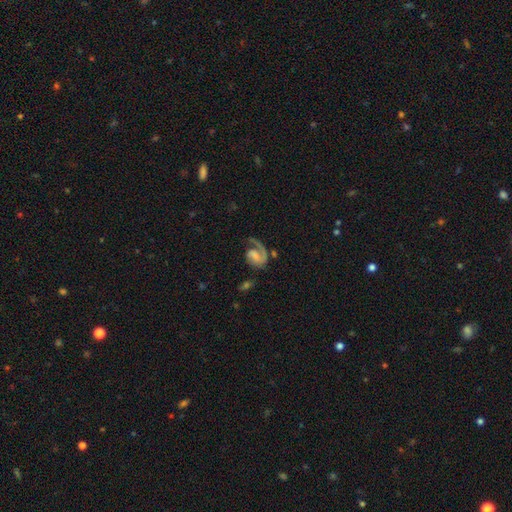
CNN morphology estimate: Q: Smooth or featured?
A: featured or disk (79%); runner-up: smooth (15%)
Q: Edge-on disk?
A: no (98%); runner-up: yes (2%)
Q: Bar?
A: no (42%); tied with: weak (42%)
Q: Spiral arms?
A: yes (94%); runner-up: no (6%)
Q: Spiral winding?
A: medium (41%); runner-up: tight (32%)
Q: Spiral arm count?
A: 1 (74%); runner-up: 2 (20%)
Q: Bulge size?
A: none (33%); runner-up: small (30%)
Q: Merging?
A: none (47%); runner-up: major disturbance (30%)